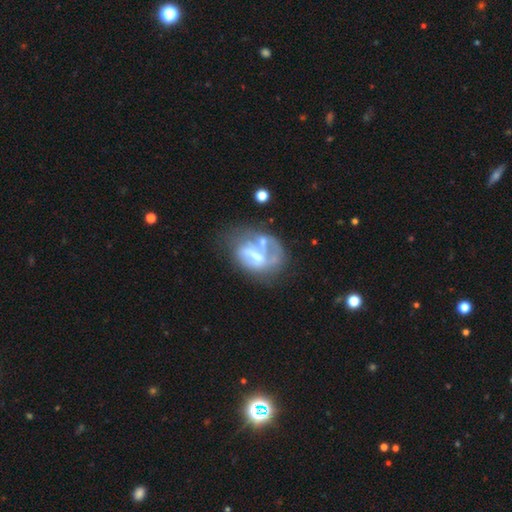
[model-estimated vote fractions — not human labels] Smooth or featured? Predicted: featured or disk (p=0.66). Edge-on disk? Predicted: no (p=0.97). Bar? Predicted: weak (p=0.41). Spiral arms? Predicted: yes (p=0.51). Bulge size? Predicted: moderate (p=0.45). Merging? Predicted: none (p=0.31).